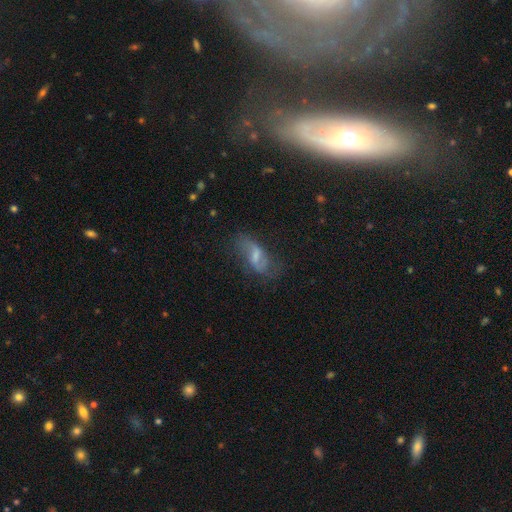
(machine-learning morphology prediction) This is likely a featured or disk galaxy (65%). It is clearly not viewed edge-on (92%). Bar: possibly weak (52%). Spiral arm pattern: clearly yes (83%). Central bulge: marginally small (36%). Merging: likely none (63%).